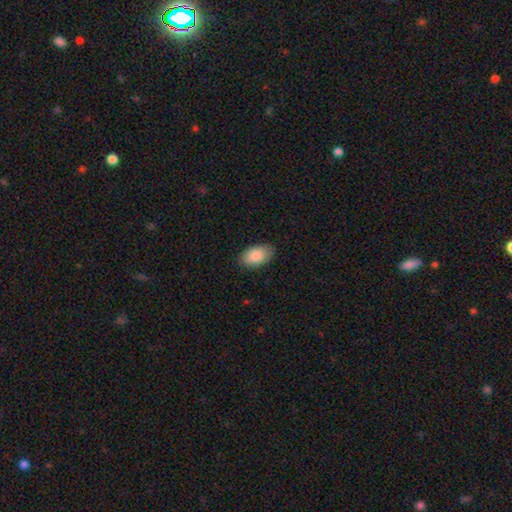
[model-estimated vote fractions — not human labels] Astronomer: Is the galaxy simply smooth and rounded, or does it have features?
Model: smooth — 87%.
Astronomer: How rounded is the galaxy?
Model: in between — 94%.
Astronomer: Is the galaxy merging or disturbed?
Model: none — 85%.